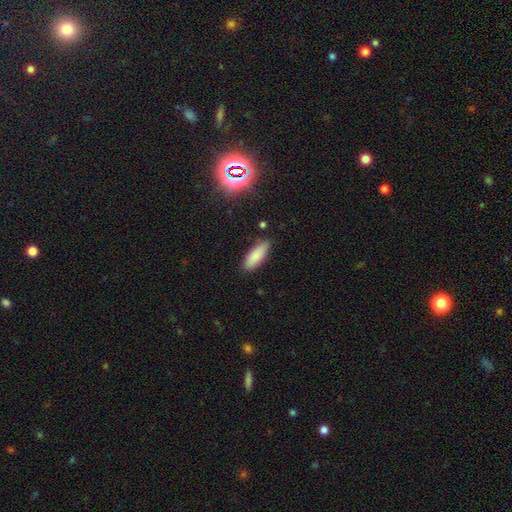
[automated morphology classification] Smooth or featured? smooth (86%)
How rounded? in between (67%)
Merging? none (84%)